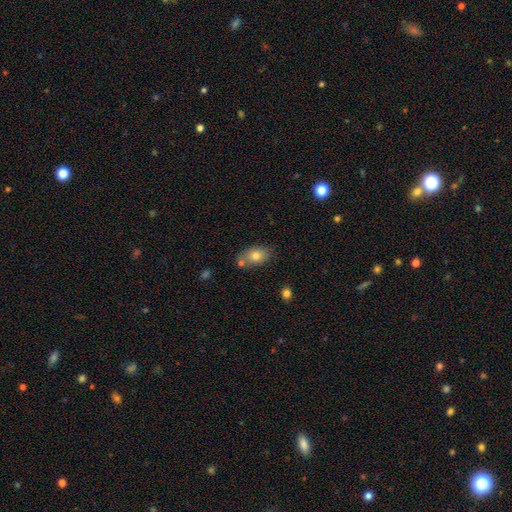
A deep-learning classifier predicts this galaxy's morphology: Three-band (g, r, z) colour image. It shows a smooth galaxy with no disk features (78%) that is in between round and cigar-shaped (84%). Merging: none (64%).